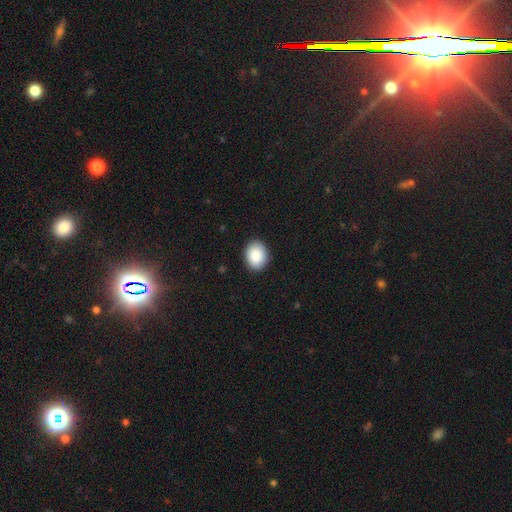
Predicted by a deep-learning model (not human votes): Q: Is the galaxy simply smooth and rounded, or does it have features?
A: smooth — 89%.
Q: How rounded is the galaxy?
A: in between — 61%.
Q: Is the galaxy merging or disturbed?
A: none — 89%.